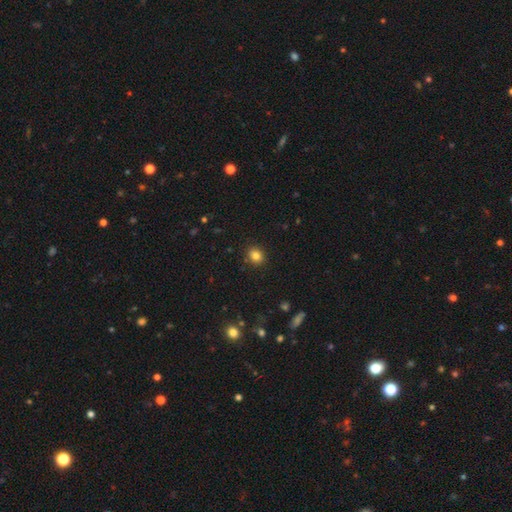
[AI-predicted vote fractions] Morphology: type=smooth (83%); roundness=round (66%); merging=none (89%).